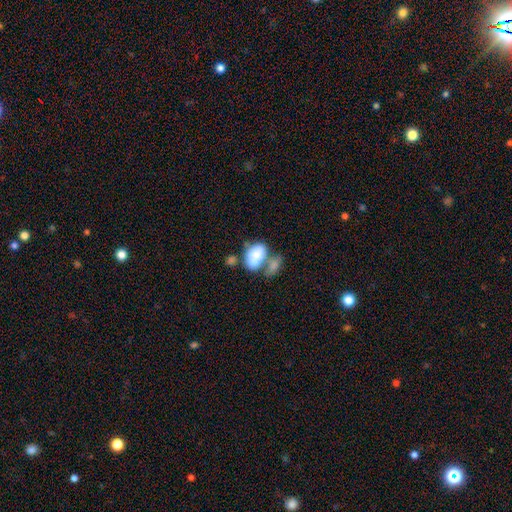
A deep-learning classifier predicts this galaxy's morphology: A smooth galaxy with no disk features (76%) that is in between round and cigar-shaped (89%). Merging: merger (58%).